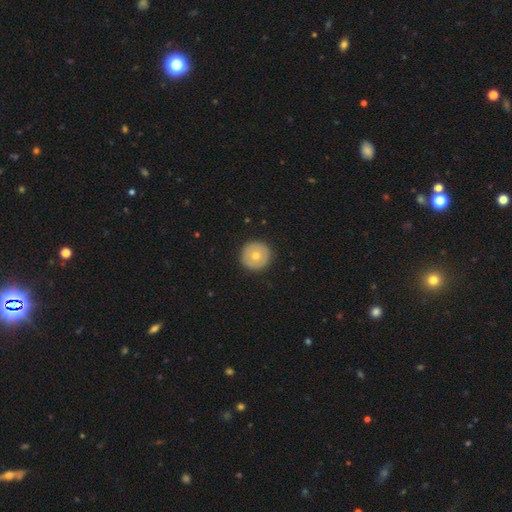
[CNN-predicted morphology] smooth 67%, featured or disk 25%, star or artifact 7%. Down the decision tree: how rounded — round (97%); merging — none (93%).